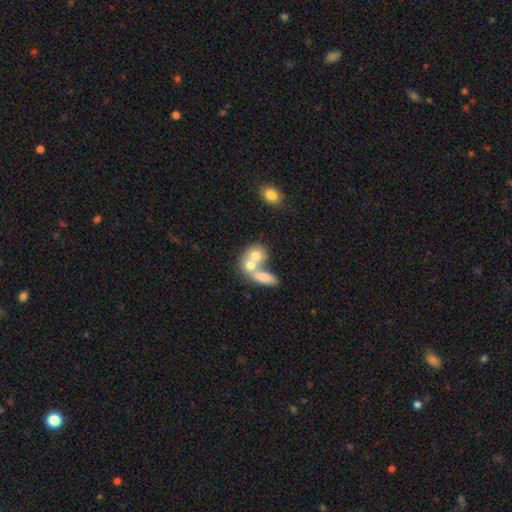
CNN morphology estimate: The model was most divided on "how rounded": in between: 54%, round: 44%, cigar-shaped: 3%. More confident: merging — merger (71%); smooth or featured — smooth (66%).